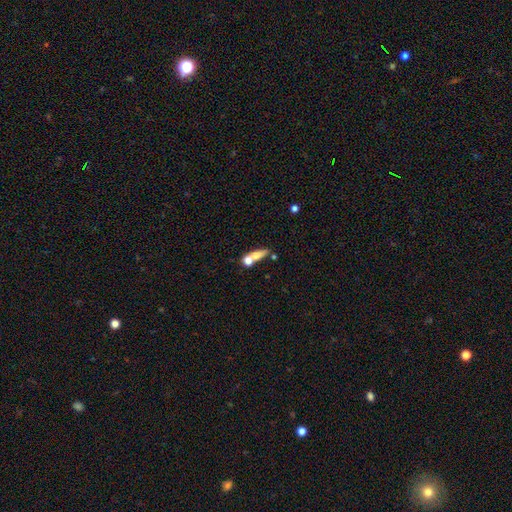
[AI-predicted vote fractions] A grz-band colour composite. It shows a smooth galaxy with no disk features (65%) that is cigar-shaped (46%). Merging: merger (41%).